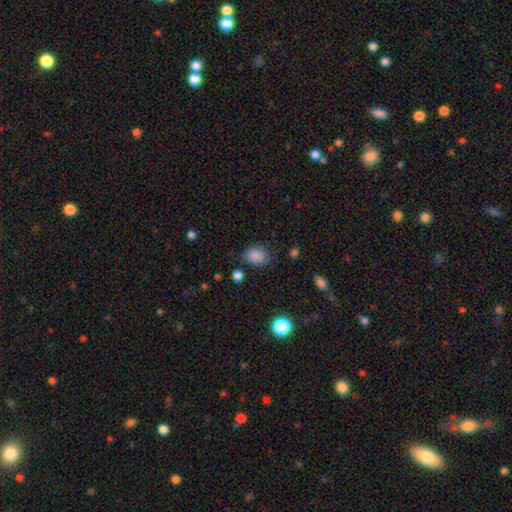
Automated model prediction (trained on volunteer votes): The model was most divided on "how rounded": in between: 65%, round: 34%, cigar-shaped: 1%. More confident: smooth or featured — smooth (85%); merging — none (71%).